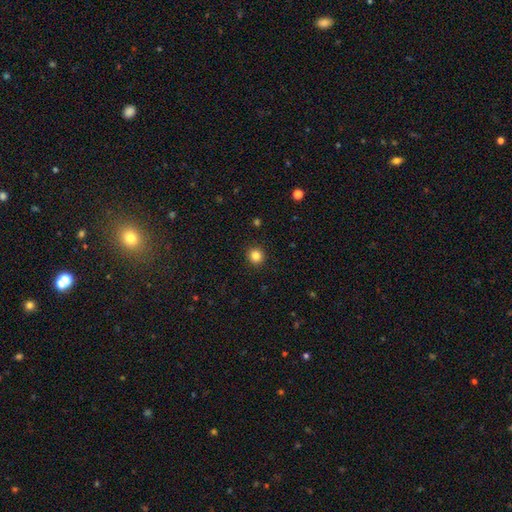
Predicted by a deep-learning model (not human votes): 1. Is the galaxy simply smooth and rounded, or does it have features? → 84% smooth, 12% star or artifact, 4% featured or disk.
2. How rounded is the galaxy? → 93% round, 6% in between, 1% cigar-shaped.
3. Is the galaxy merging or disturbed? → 93% none, 5% minor disturbance, 2% major disturbance, 1% merger.